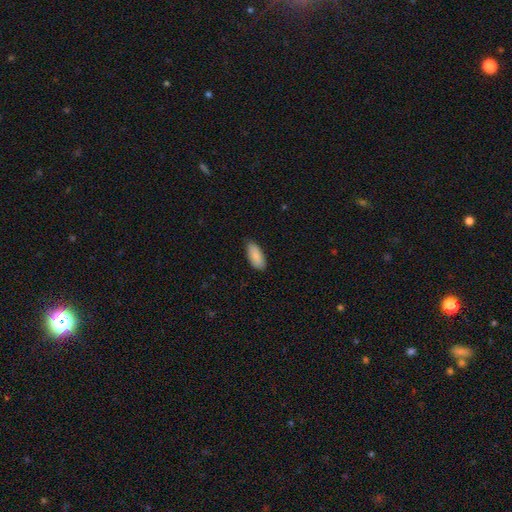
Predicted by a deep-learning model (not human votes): Smooth or featured? smooth (89%)
How rounded? in between (86%)
Merging? none (83%)